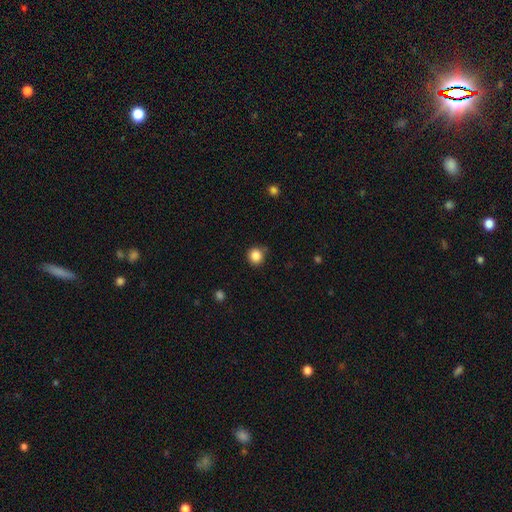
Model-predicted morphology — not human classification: Smooth or featured: smooth — 85% (star or artifact — 11%)
How rounded: round — 90% (in between — 9%)
Merging: none — 83% (minor disturbance — 12%)